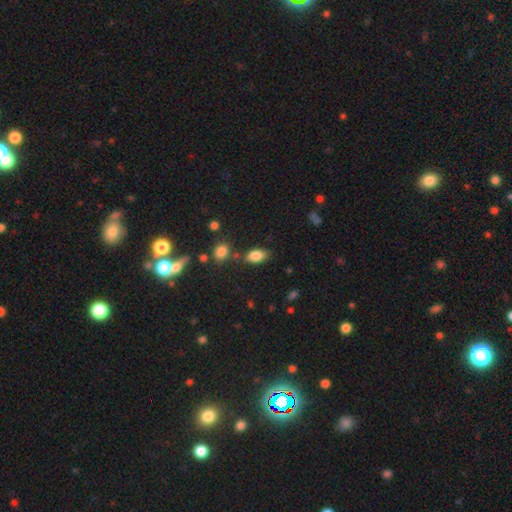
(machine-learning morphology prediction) The model was most divided on "merging": none: 76%, minor disturbance: 14%, merger: 7%, major disturbance: 4%. More confident: how rounded — in between (90%); smooth or featured — smooth (84%).